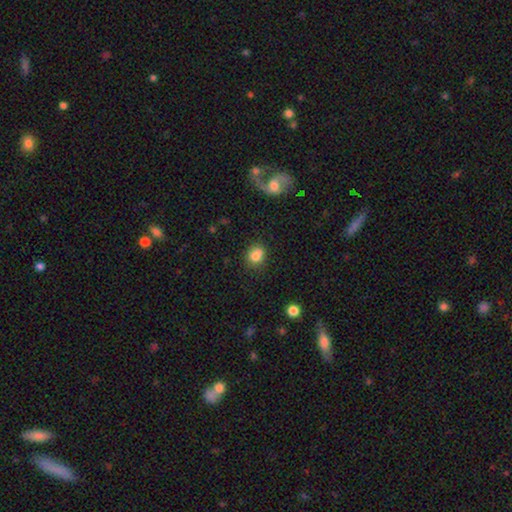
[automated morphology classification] smooth_or_featured: smooth (p=0.80) [alt: star or artifact p=0.11]
how_rounded: round (p=0.61) [alt: in between p=0.38]
merging: none (p=0.66) [alt: minor disturbance p=0.19]